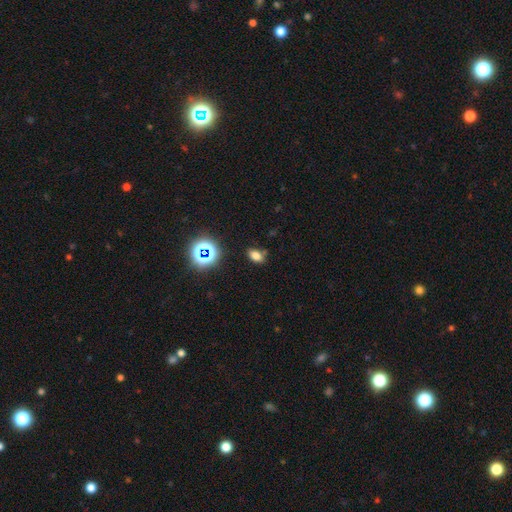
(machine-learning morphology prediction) Q: Smooth or featured?
A: smooth (72%); runner-up: star or artifact (20%)
Q: How rounded?
A: in between (83%); runner-up: round (14%)
Q: Merging?
A: none (77%); runner-up: minor disturbance (13%)